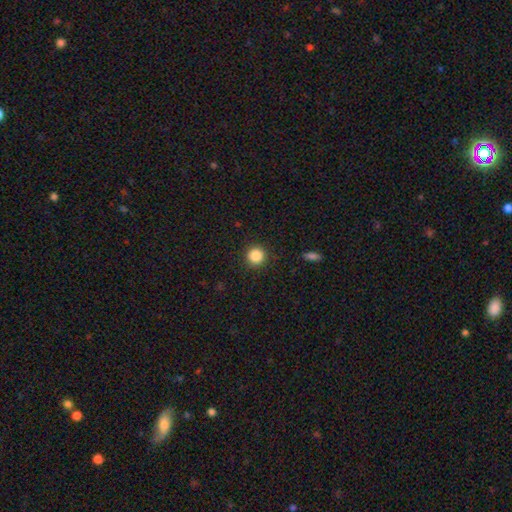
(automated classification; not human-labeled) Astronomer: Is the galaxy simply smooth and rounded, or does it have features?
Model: smooth — 86%.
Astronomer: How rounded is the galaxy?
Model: round — 95%.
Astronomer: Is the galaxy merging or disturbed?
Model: none — 91%.